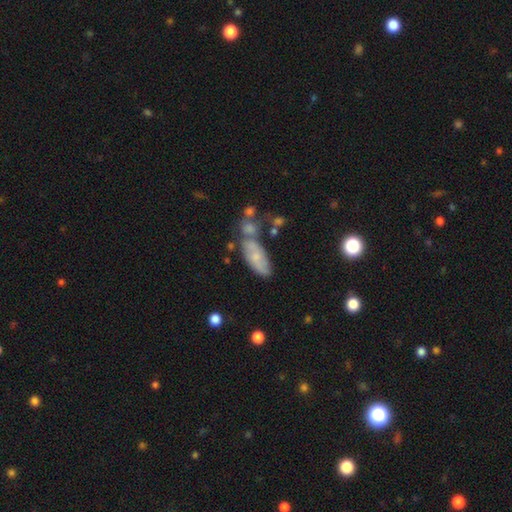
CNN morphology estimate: type=smooth (49%); merging=none (42%).